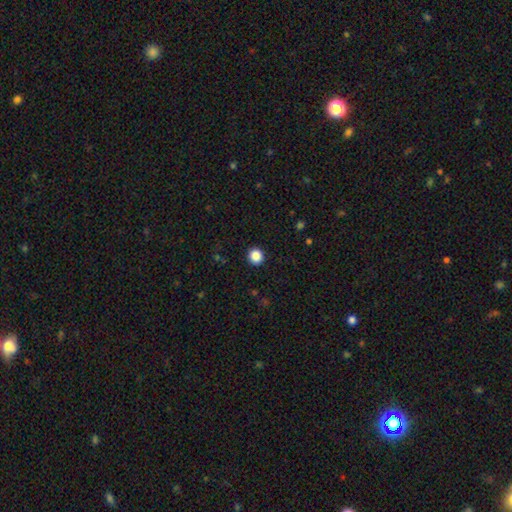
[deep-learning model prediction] smooth-or-featured: smooth: 87% | star or artifact: 10% | featured or disk: 3%
  how-rounded: round: 91% | in between: 8% | cigar-shaped: 1%
  merging: none: 92% | minor disturbance: 5% | major disturbance: 2% | merger: 1%